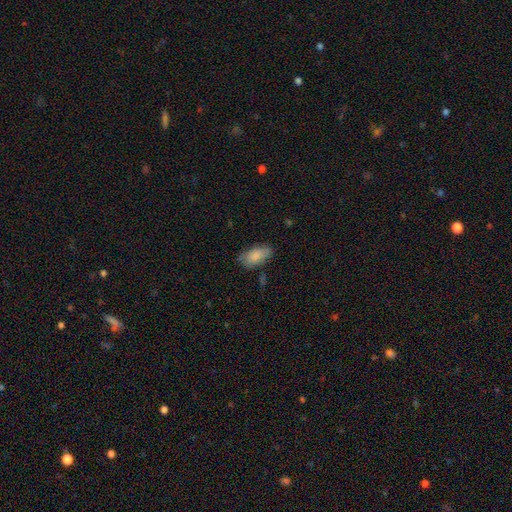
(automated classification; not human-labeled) Smooth or featured?
  - smooth: 83% *
  - featured or disk: 10%
  - star or artifact: 7%
How rounded?
  - in between: 91% *
  - cigar-shaped: 6%
  - round: 3%
Merging?
  - none: 71% *
  - minor disturbance: 21%
  - major disturbance: 5%
  - merger: 3%